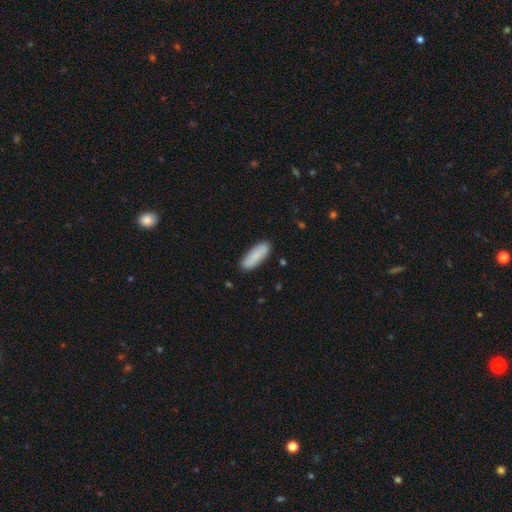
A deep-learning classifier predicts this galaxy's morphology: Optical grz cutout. It shows a smooth galaxy with no disk features (84%) that is in between round and cigar-shaped (58%). Merging: none (87%).